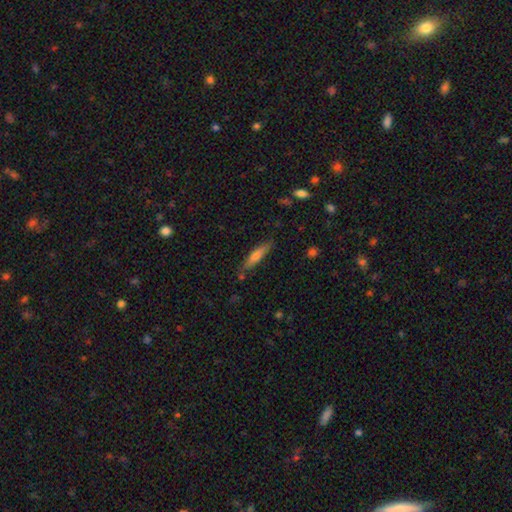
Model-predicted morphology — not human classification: This appears to be a smooth galaxy with no disk features (65%) that is cigar-shaped (81%). Merging: none (79%).